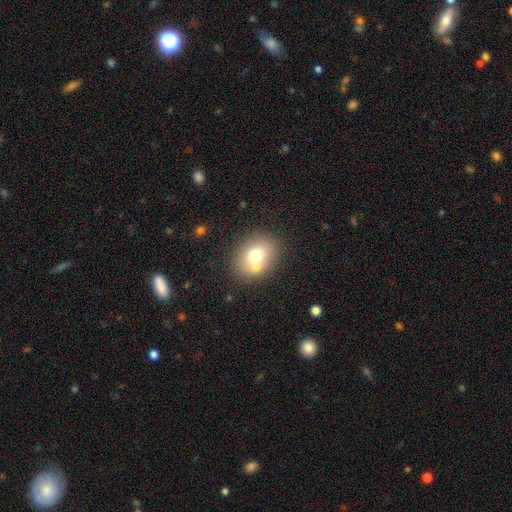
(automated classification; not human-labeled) Q: Smooth or featured?
A: smooth (70%); runner-up: featured or disk (19%)
Q: How rounded?
A: in between (50%); runner-up: round (49%)
Q: Merging?
A: none (62%); runner-up: merger (21%)